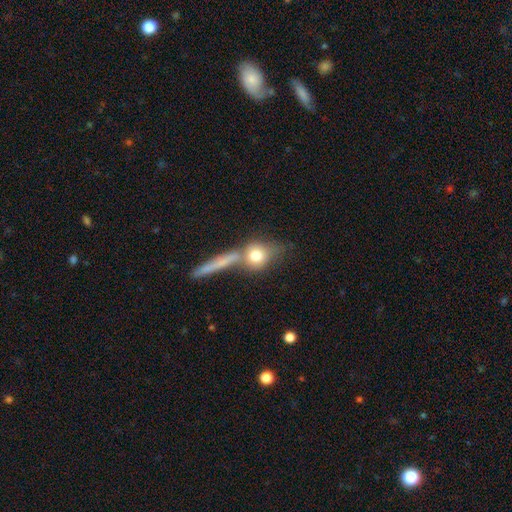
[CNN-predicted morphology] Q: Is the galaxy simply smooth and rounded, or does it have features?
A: smooth — 74%.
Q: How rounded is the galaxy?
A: round — 70%.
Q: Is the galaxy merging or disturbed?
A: none — 52%.